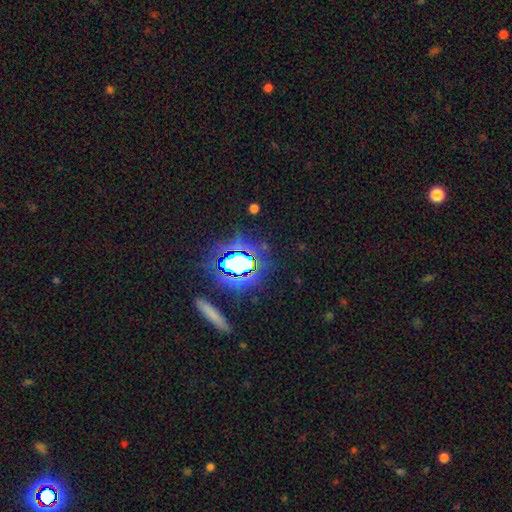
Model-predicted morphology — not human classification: Smooth or featured: star or artifact — 78% (smooth — 13%)